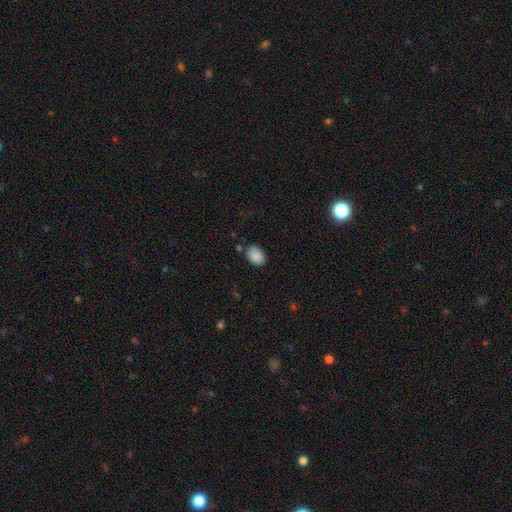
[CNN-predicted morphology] This is clearly a smooth galaxy (88%). How rounded: likely in between (71%). Merging: likely none (77%).